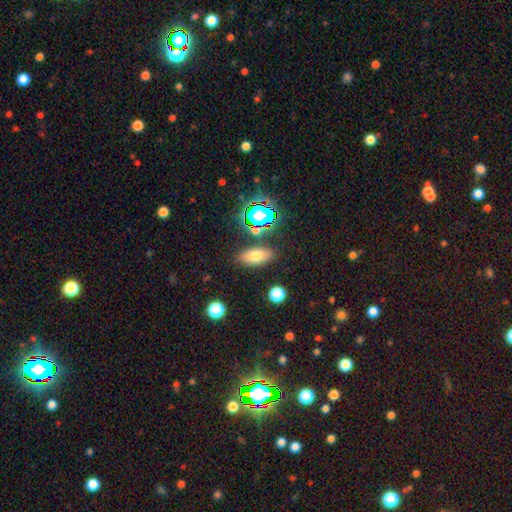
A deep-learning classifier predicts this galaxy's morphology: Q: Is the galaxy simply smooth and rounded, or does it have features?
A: smooth — 70%.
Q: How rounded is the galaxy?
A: in between — 80%.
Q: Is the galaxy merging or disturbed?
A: none — 81%.